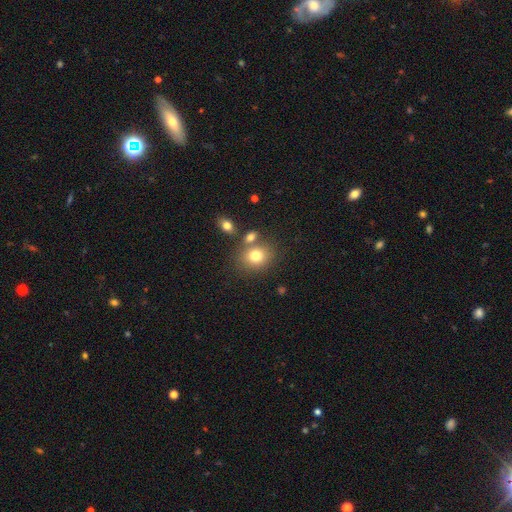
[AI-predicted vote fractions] This is likely a smooth galaxy (77%). How rounded: likely round (65%). Merging: likely none (65%).